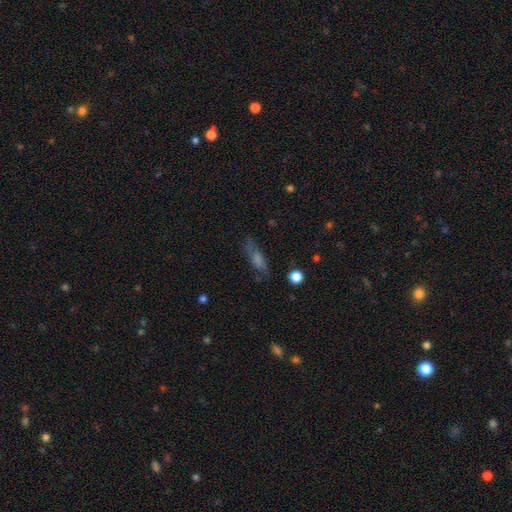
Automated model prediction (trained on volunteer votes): Smooth or featured? Predicted: smooth (p=0.41). Merging? Predicted: none (p=0.69).